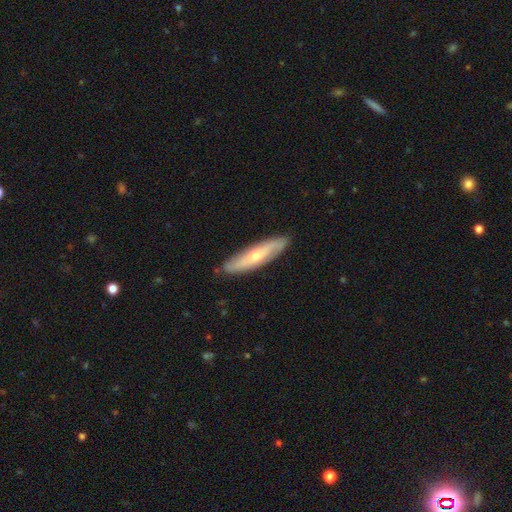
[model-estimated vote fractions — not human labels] smooth-or-featured: featured or disk: 55% | smooth: 40% | star or artifact: 6%
  disk-edge-on: yes: 53% | no: 47%
  merging: none: 86% | minor disturbance: 11% | major disturbance: 2% | merger: 1%